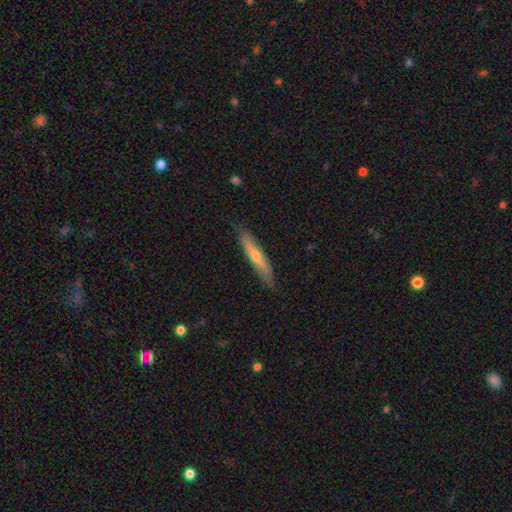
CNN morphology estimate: A featured or disk galaxy (56%) viewed edge-on (92%) with a rounded central bulge (77%). Merging: none (89%).